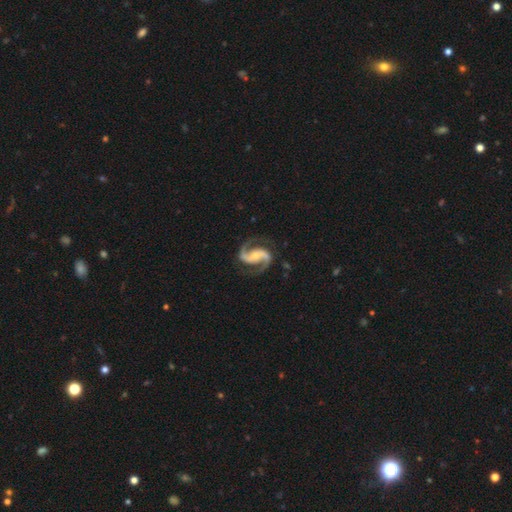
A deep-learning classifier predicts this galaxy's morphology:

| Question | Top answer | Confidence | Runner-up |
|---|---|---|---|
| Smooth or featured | featured or disk | 94% | star or artifact (4%) |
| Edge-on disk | no | 98% | yes (2%) |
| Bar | no | 42% | weak (33%) |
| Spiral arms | yes | 99% | no (1%) |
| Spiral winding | medium | 62% | loose (21%) |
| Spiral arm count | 2 | 94% | 3 (1%) |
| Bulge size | moderate | 48% | small (44%) |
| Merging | none | 82% | minor disturbance (12%) |